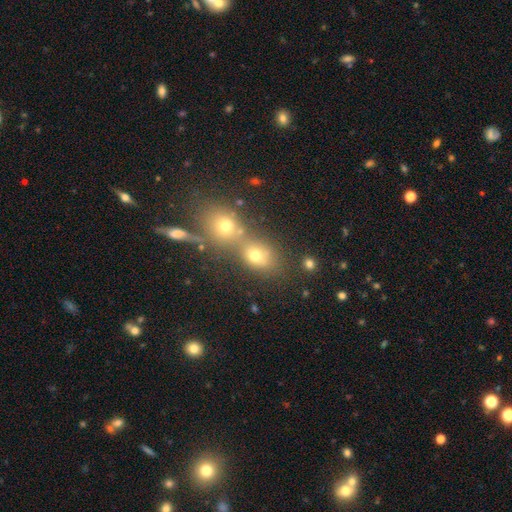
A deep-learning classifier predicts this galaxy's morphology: Overall: smooth (69%). How rounded: round (51%; in between 47%). Merging: merger (45%; none 41%).